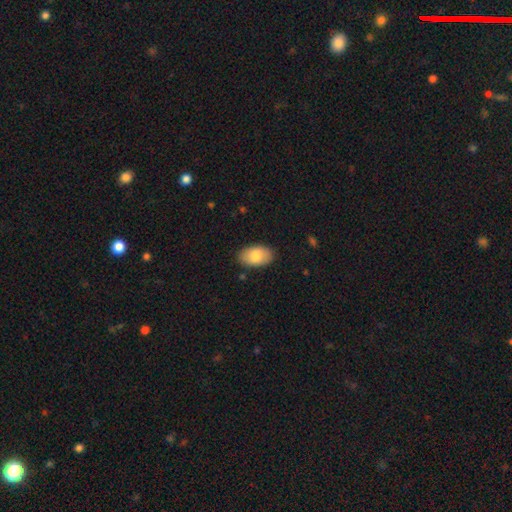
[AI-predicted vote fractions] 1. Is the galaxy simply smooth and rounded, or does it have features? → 80% smooth, 14% featured or disk, 6% star or artifact.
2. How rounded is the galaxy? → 94% in between, 5% round, 1% cigar-shaped.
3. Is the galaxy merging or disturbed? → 87% none, 10% minor disturbance, 2% major disturbance, 1% merger.